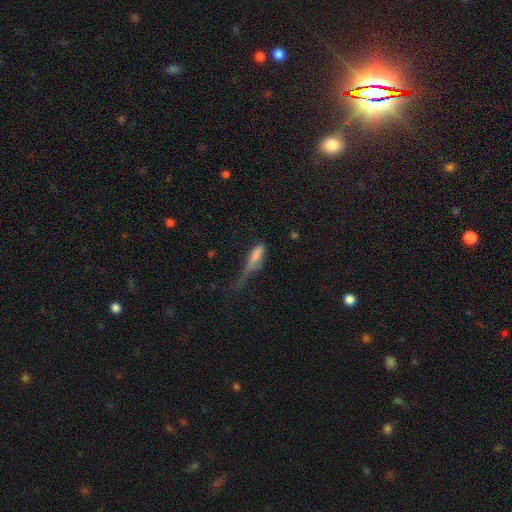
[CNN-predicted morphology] Smooth or featured? Predicted: smooth (p=0.74). How rounded? Predicted: in between (p=0.49). Merging? Predicted: major disturbance (p=0.46).